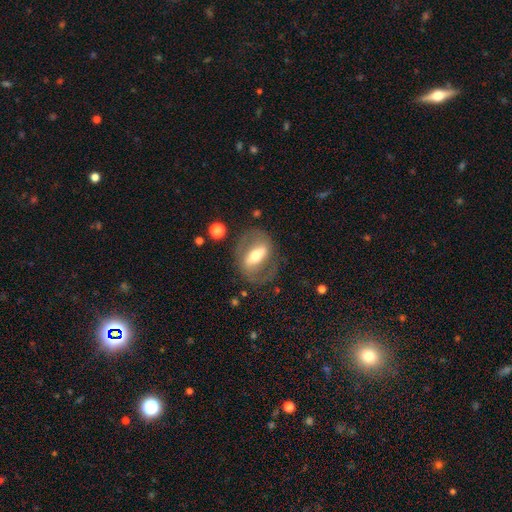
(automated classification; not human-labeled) Smooth or featured: featured or disk — 69% (smooth — 25%)
Edge-on disk: no — 85% (yes — 15%)
Bar: strong — 64% (weak — 23%)
Spiral arms: yes — 53% (no — 47%)
Bulge size: moderate — 62% (large — 18%)
Merging: none — 71% (minor disturbance — 15%)